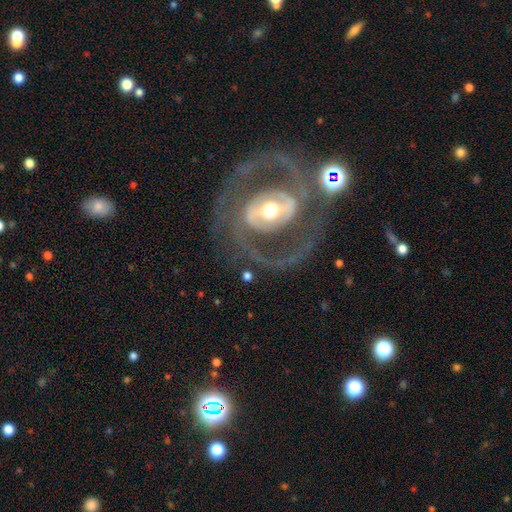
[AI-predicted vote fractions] Q: Smooth or featured?
A: featured or disk (85%); runner-up: smooth (9%)
Q: Edge-on disk?
A: no (96%); runner-up: yes (4%)
Q: Bar?
A: no (38%); runner-up: strong (33%)
Q: Spiral arms?
A: yes (79%); runner-up: no (21%)
Q: Spiral winding?
A: medium (44%); runner-up: tight (42%)
Q: Spiral arm count?
A: 2 (80%); runner-up: can't tell (8%)
Q: Bulge size?
A: moderate (52%); runner-up: small (37%)
Q: Merging?
A: none (70%); runner-up: minor disturbance (14%)